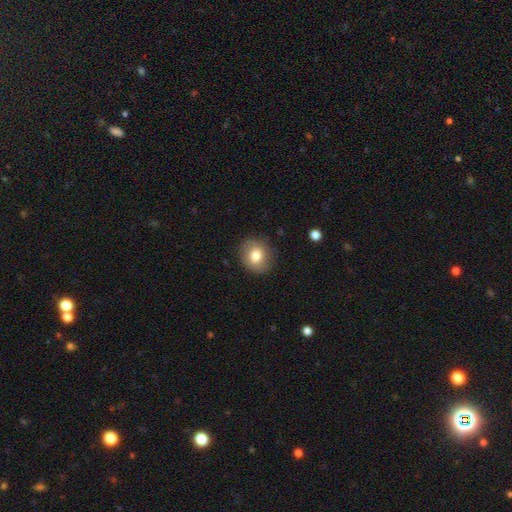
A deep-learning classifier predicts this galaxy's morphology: Q: Smooth or featured?
A: smooth (79%); runner-up: featured or disk (12%)
Q: How rounded?
A: round (73%); runner-up: in between (26%)
Q: Merging?
A: none (86%); runner-up: minor disturbance (10%)